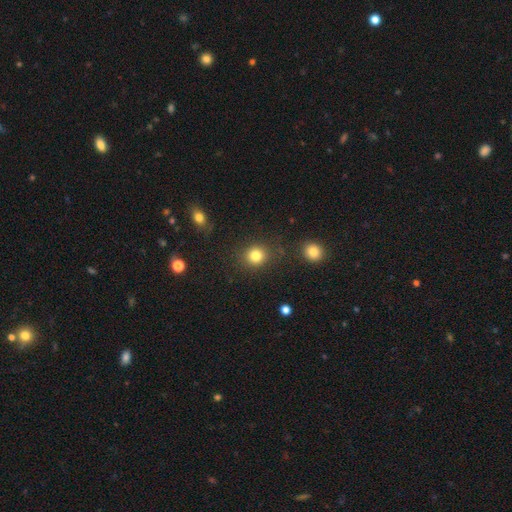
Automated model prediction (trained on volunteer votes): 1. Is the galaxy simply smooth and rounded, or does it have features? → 83% smooth, 12% star or artifact, 5% featured or disk.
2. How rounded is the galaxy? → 86% round, 13% in between, 1% cigar-shaped.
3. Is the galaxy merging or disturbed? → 85% none, 8% minor disturbance, 4% major disturbance, 3% merger.